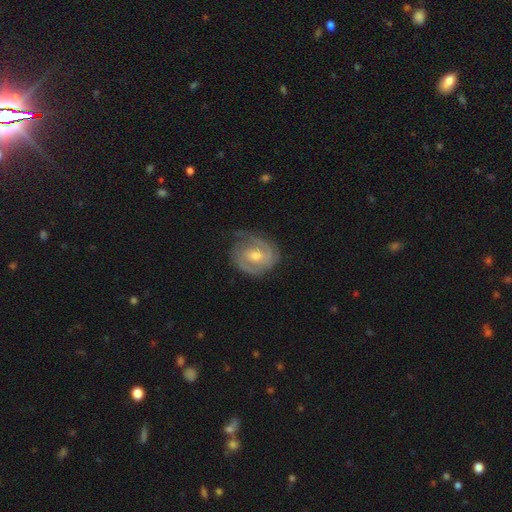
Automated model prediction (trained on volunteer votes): Smooth or featured?
  - featured or disk: 79% *
  - smooth: 16%
  - star or artifact: 5%
Edge-on disk?
  - no: 97% *
  - yes: 3%
Bar?
  - weak: 45% *
  - no: 44%
  - strong: 11%
Spiral arms?
  - yes: 91% *
  - no: 9%
Spiral winding?
  - tight: 60% *
  - medium: 30%
  - loose: 9%
Spiral arm count?
  - 2: 53% *
  - can't tell: 23%
  - 3: 10%
  - 1: 9%
  - 4: 3%
  - more than 4: 2%
Bulge size?
  - moderate: 60% *
  - small: 36%
  - large: 2%
  - none: 1%
  - dominant: 1%
Merging?
  - none: 64% *
  - minor disturbance: 24%
  - major disturbance: 10%
  - merger: 1%